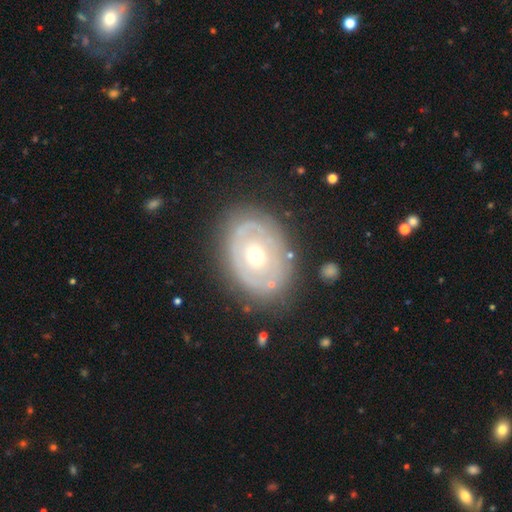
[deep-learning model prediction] Morphology: type=featured or disk (66%); edge-on=no (94%); bar=no (85%); spiral arms=no (66%); bulge=moderate (67%); merging=none (75%).